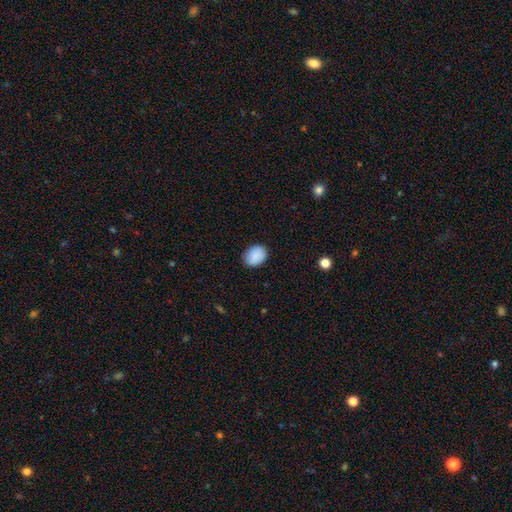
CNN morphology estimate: Smooth or featured? smooth (89%)
How rounded? in between (60%)
Merging? none (85%)